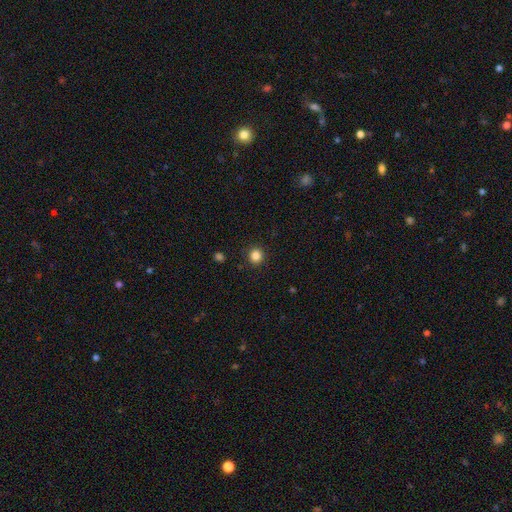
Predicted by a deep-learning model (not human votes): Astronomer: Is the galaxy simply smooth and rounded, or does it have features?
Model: smooth — 84%.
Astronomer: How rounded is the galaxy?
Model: round — 93%.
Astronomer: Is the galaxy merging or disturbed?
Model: none — 91%.